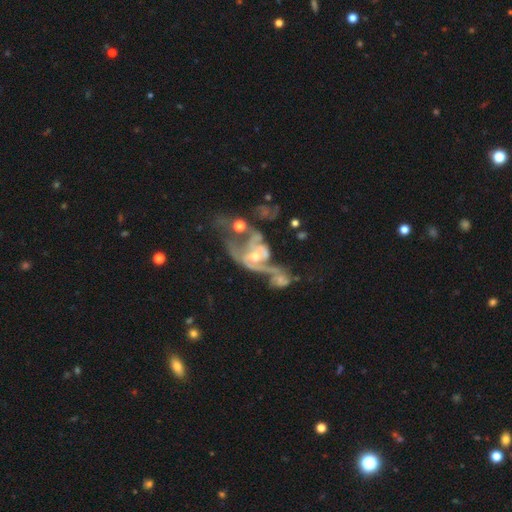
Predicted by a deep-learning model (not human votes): Smooth or featured? Predicted: featured or disk (p=0.76). Edge-on disk? Predicted: no (p=0.94). Bar? Predicted: no (p=0.67). Spiral arms? Predicted: yes (p=0.63). Bulge size? Predicted: moderate (p=0.56). Merging? Predicted: merger (p=0.58).